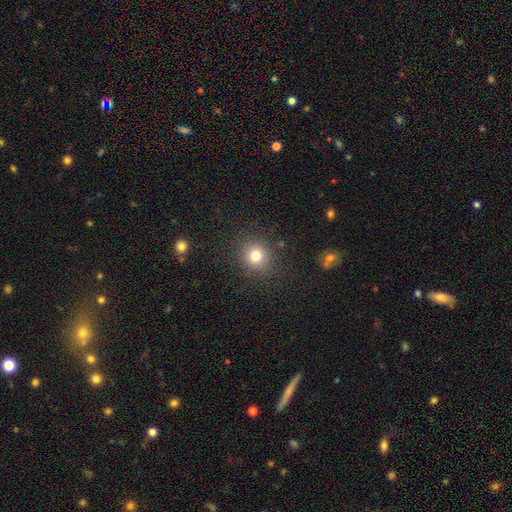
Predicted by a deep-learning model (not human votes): smooth_or_featured: smooth (p=0.79) [alt: star or artifact p=0.14]
how_rounded: round (p=0.89) [alt: in between p=0.10]
merging: none (p=0.87) [alt: minor disturbance p=0.08]